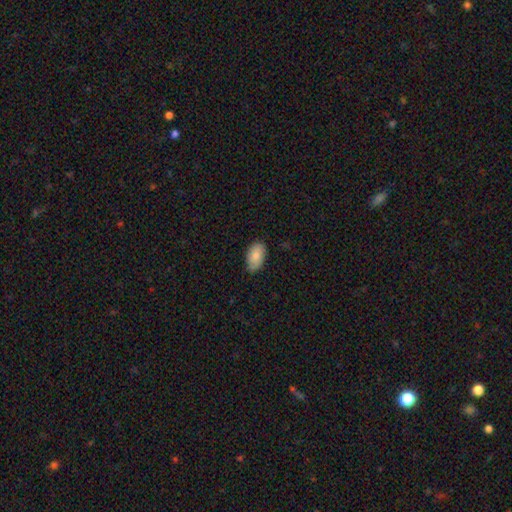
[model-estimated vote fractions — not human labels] The model was most divided on "merging": none: 77%, minor disturbance: 20%, major disturbance: 3%, merger: 1%. More confident: how rounded — in between (94%); smooth or featured — smooth (84%).